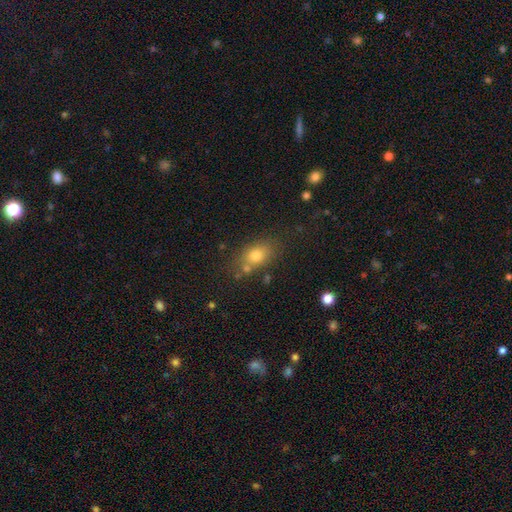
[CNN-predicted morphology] Smooth or featured?
  - smooth: 74% *
  - star or artifact: 13%
  - featured or disk: 12%
How rounded?
  - in between: 70% *
  - round: 27%
  - cigar-shaped: 3%
Merging?
  - none: 69% *
  - minor disturbance: 15%
  - merger: 10%
  - major disturbance: 5%